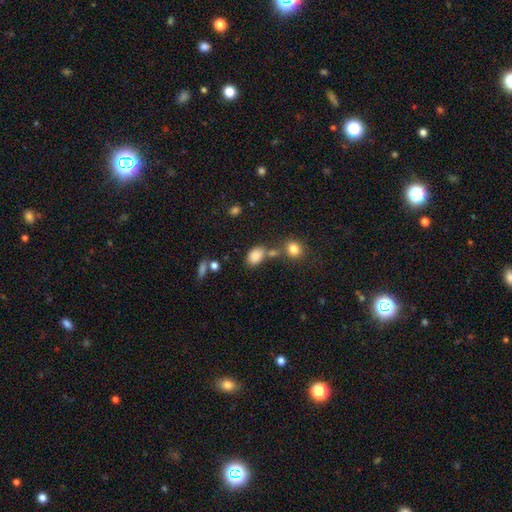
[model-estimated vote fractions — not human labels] This is clearly a smooth galaxy (84%). How rounded: clearly in between (83%). Merging: possibly none (55%).